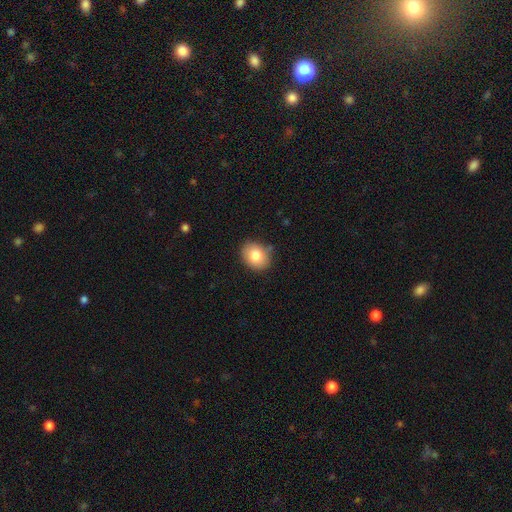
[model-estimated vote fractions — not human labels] Smooth or featured? Predicted: smooth (p=0.80). How rounded? Predicted: round (p=0.58). Merging? Predicted: none (p=0.82).